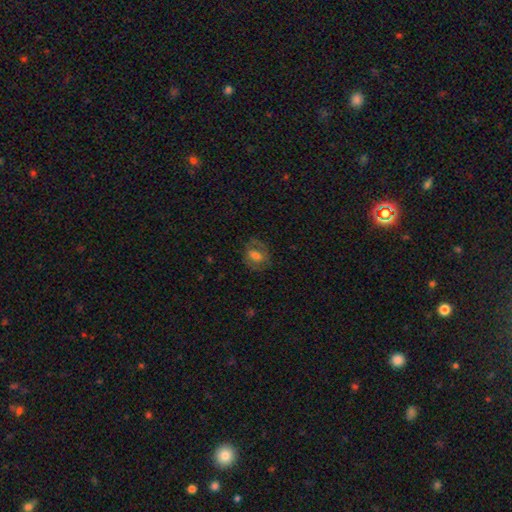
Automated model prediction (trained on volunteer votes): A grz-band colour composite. It shows a smooth galaxy with no disk features (54%) that is in between round and cigar-shaped (61%). Merging: none (67%).